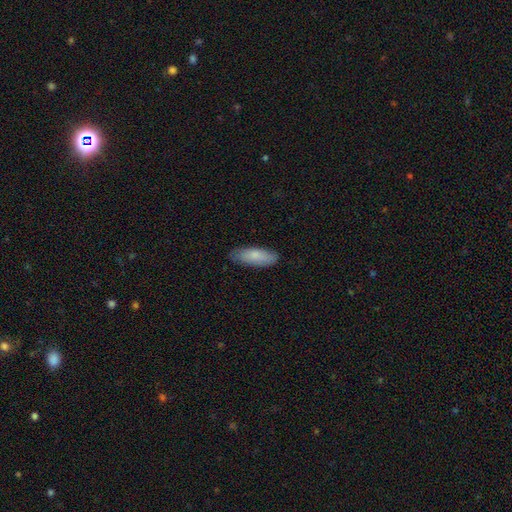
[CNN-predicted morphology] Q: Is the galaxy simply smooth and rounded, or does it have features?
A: smooth — 82%.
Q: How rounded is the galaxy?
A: in between — 65%.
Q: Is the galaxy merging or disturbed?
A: none — 81%.